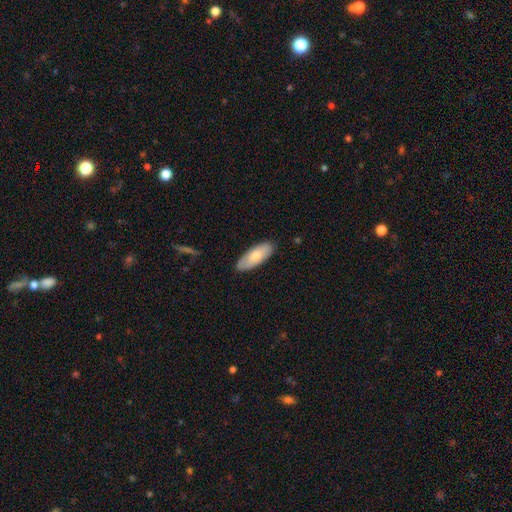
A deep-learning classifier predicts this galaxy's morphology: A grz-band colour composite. It shows a smooth galaxy with no disk features (75%) that is in between round and cigar-shaped (79%). Merging: none (87%).